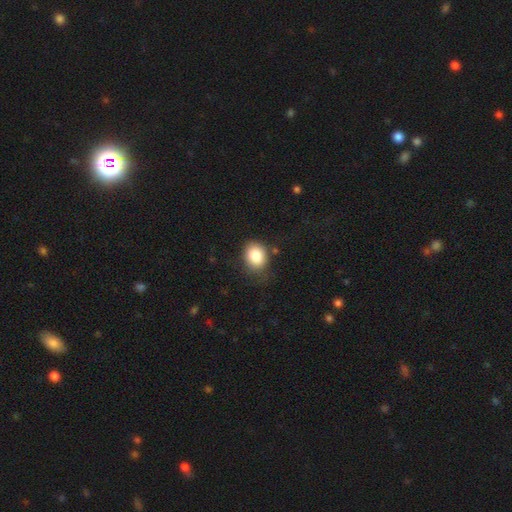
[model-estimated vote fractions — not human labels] Smooth or featured?
  - smooth: 85% *
  - star or artifact: 9%
  - featured or disk: 6%
How rounded?
  - round: 53% *
  - in between: 46%
  - cigar-shaped: 1%
Merging?
  - none: 71% *
  - minor disturbance: 20%
  - major disturbance: 6%
  - merger: 3%